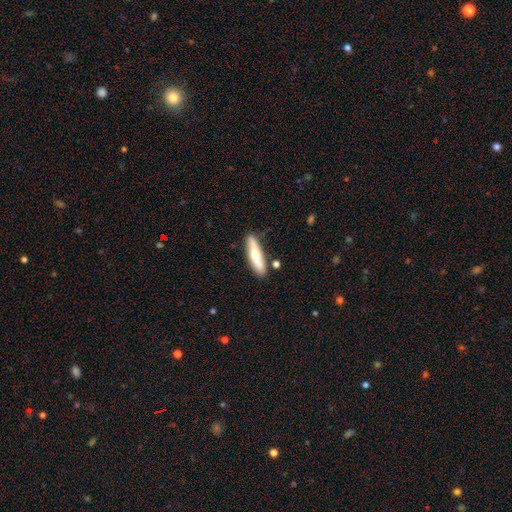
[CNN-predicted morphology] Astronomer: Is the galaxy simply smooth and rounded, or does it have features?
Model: smooth — 62%.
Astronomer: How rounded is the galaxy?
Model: cigar-shaped — 76%.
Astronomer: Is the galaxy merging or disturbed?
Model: none — 81%.